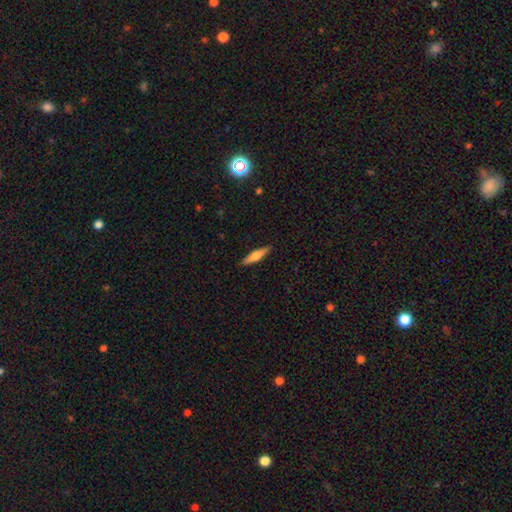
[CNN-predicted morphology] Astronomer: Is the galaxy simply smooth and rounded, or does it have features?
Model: smooth — 57% (runner-up: featured or disk, 37%).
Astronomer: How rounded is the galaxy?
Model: cigar-shaped — 80%.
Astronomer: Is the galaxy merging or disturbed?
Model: none — 90%.